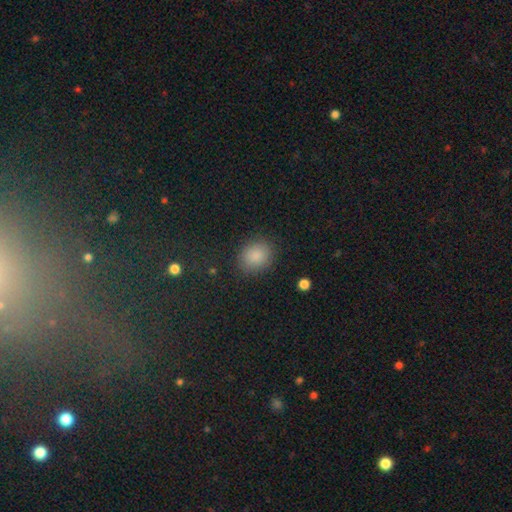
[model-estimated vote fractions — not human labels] A smooth galaxy with no disk features (86%) that is round (57%).

Vote fractions:
- Smooth or featured? smooth: 86% / star or artifact: 10% / featured or disk: 4%
- How rounded? round: 57% / in between: 42% / cigar-shaped: 1%
- Merging? none: 85% / minor disturbance: 10% / major disturbance: 3% / merger: 1%